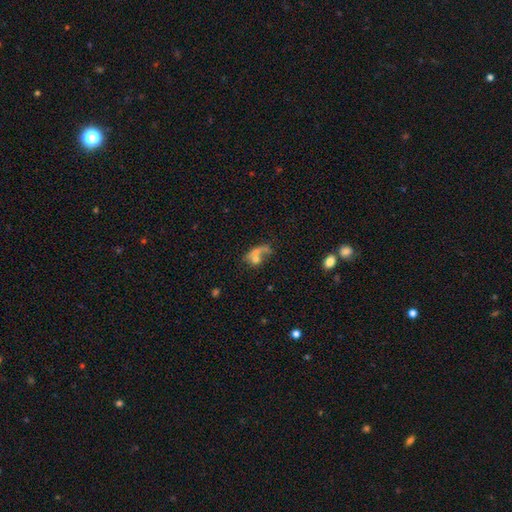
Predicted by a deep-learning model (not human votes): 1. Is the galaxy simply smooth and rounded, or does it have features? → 57% smooth, 29% featured or disk, 14% star or artifact.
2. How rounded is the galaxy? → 57% in between, 35% round, 7% cigar-shaped.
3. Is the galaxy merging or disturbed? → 46% merger, 23% none, 21% major disturbance, 11% minor disturbance.